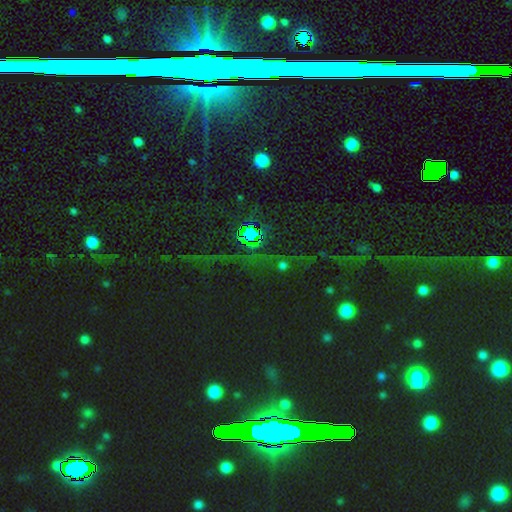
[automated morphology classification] The model was most divided on "smooth or featured": star or artifact: 83%, smooth: 9%, featured or disk: 8%.